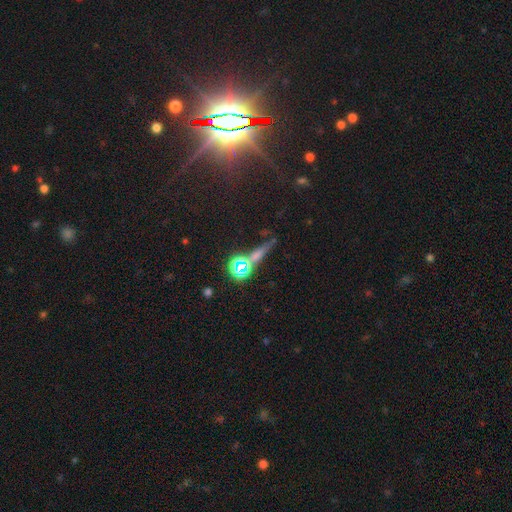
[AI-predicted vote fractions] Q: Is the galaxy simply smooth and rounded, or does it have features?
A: star or artifact — 47%.